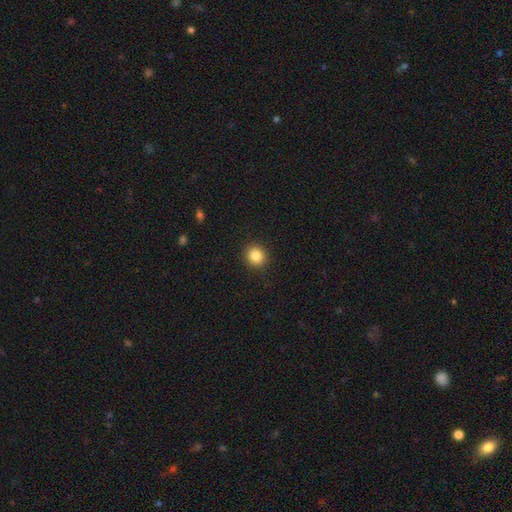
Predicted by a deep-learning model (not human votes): This is clearly a smooth galaxy (85%). How rounded: clearly round (86%). Merging: clearly none (91%).